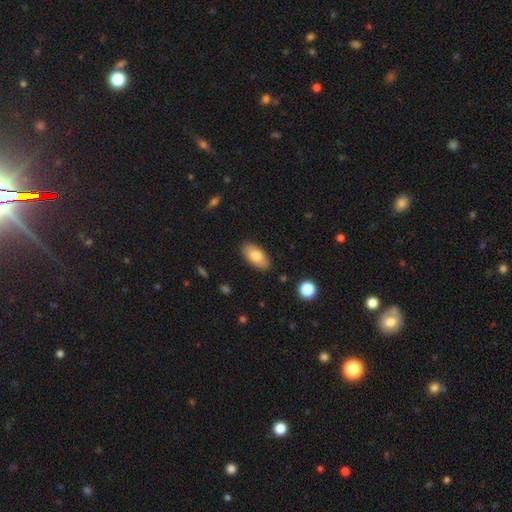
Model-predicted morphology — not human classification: This appears to be a smooth galaxy with no disk features (78%) that is in between round and cigar-shaped (93%). Merging: none (86%).